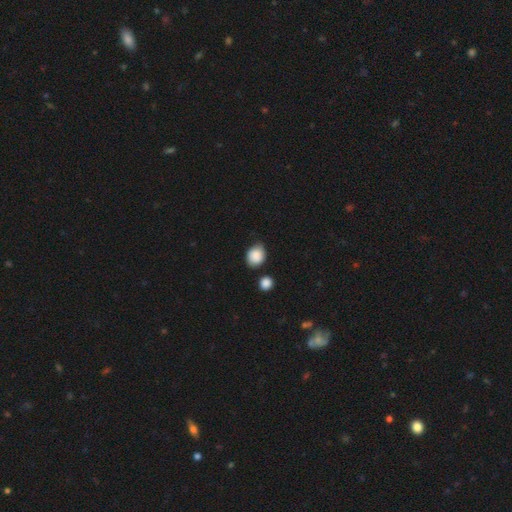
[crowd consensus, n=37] A smooth galaxy with no disk features (100%) that is in between round and cigar-shaped (59%). Merging: none (73%).